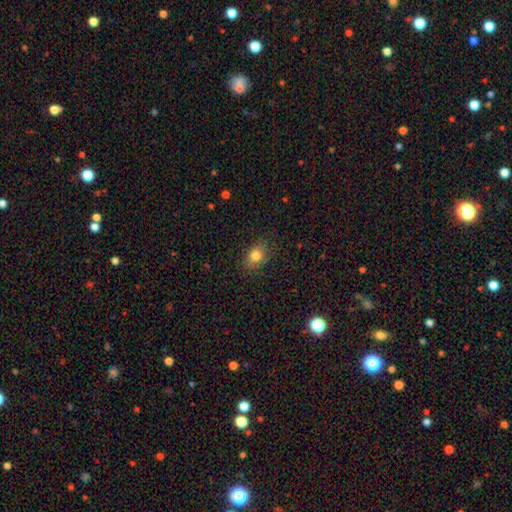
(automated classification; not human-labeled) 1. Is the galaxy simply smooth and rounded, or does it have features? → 81% smooth, 10% star or artifact, 9% featured or disk.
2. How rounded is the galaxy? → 70% in between, 28% round, 1% cigar-shaped.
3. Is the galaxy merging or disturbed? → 86% none, 11% minor disturbance, 3% major disturbance, 1% merger.